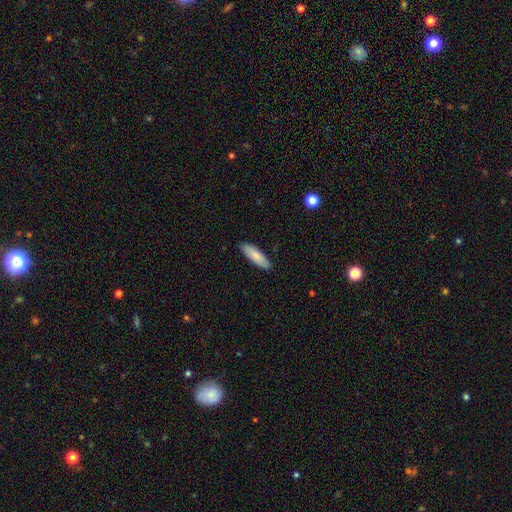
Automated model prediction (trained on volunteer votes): Smooth or featured: smooth — 82% (featured or disk — 13%)
How rounded: cigar-shaped — 52% (in between — 46%)
Merging: none — 89% (minor disturbance — 8%)